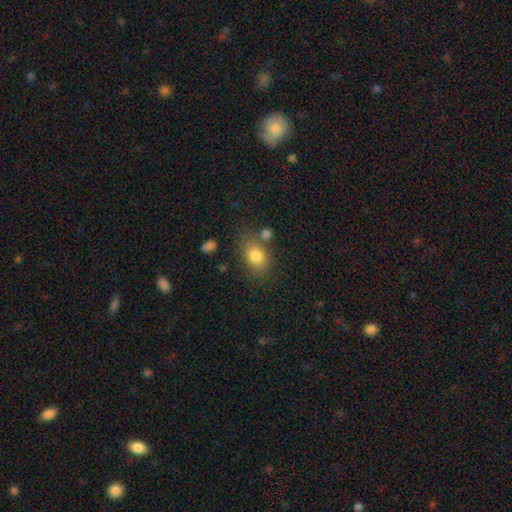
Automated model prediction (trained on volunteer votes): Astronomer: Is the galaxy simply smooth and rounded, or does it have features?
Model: smooth — 81%.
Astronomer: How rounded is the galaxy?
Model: in between — 69%.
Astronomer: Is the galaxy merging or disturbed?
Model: none — 68%.